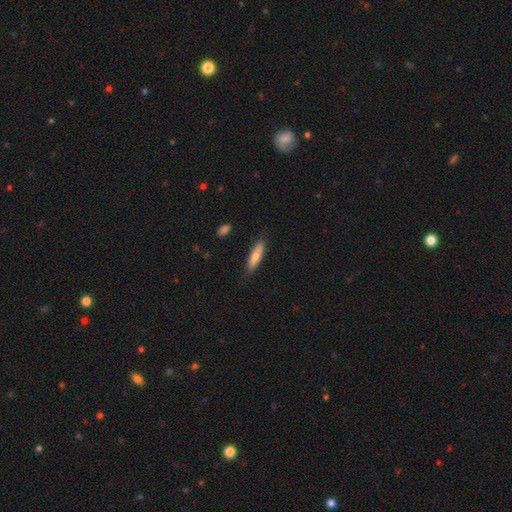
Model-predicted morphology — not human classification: A smooth galaxy with no disk features (78%) that is cigar-shaped (67%). Merging: none (83%).